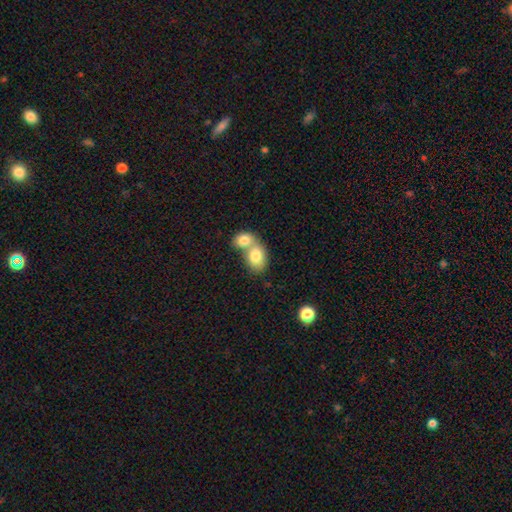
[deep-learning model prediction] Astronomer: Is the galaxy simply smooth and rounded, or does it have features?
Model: smooth — 80%.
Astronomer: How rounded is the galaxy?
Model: in between — 74%.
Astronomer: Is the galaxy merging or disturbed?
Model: merger — 70%.